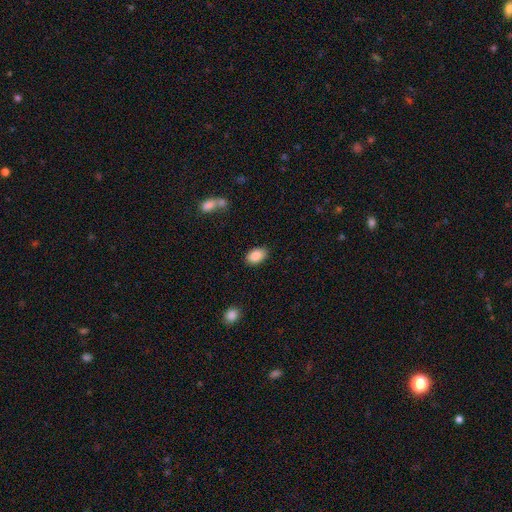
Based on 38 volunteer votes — A smooth galaxy with no disk features (87%) that is in between round and cigar-shaped (94%). Merging: none (81%).